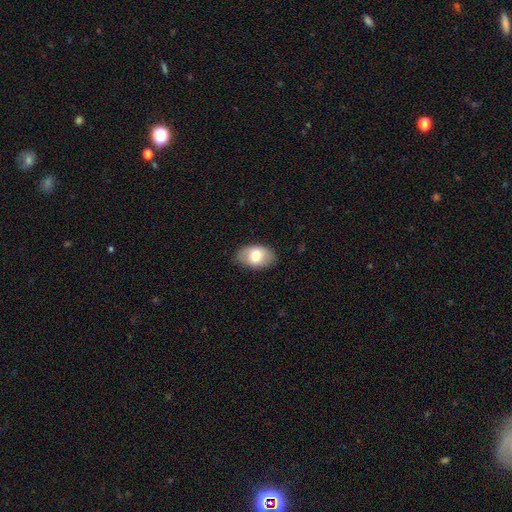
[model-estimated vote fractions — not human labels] A smooth galaxy with no disk features (73%) that is in between round and cigar-shaped (90%). Merging: none (83%).